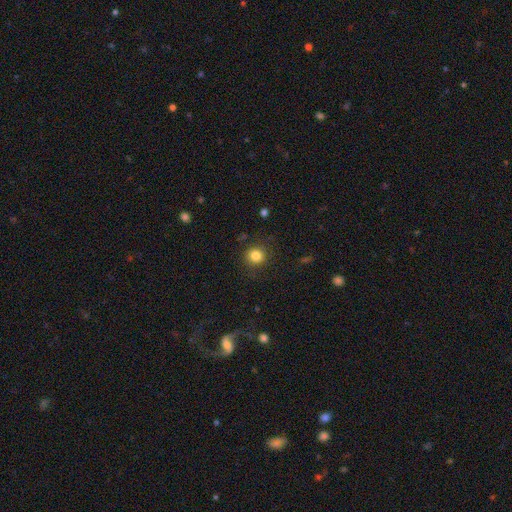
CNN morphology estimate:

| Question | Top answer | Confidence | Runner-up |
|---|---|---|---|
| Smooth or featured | smooth | 83% | star or artifact (12%) |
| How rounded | round | 90% | in between (9%) |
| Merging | none | 88% | minor disturbance (8%) |